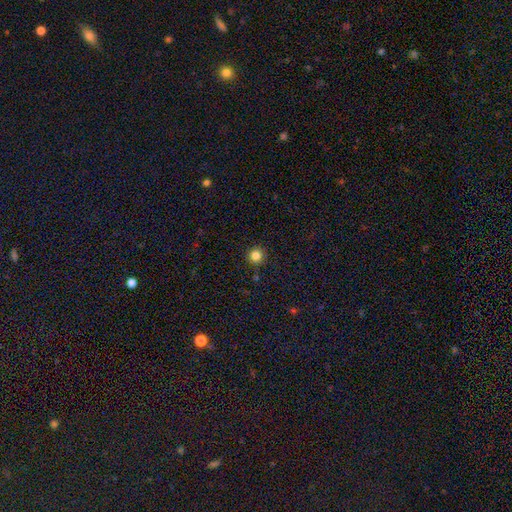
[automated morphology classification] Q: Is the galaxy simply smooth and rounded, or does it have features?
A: smooth — 83%.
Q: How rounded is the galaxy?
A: round — 95%.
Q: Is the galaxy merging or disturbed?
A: none — 92%.